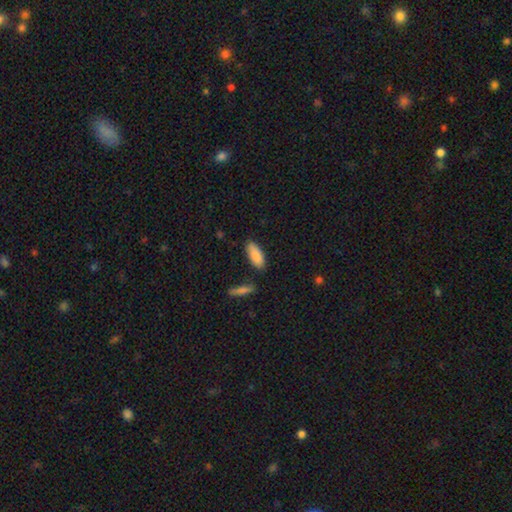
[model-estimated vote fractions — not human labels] This is clearly a smooth galaxy (88%). How rounded: likely in between (77%). Merging: clearly none (81%).